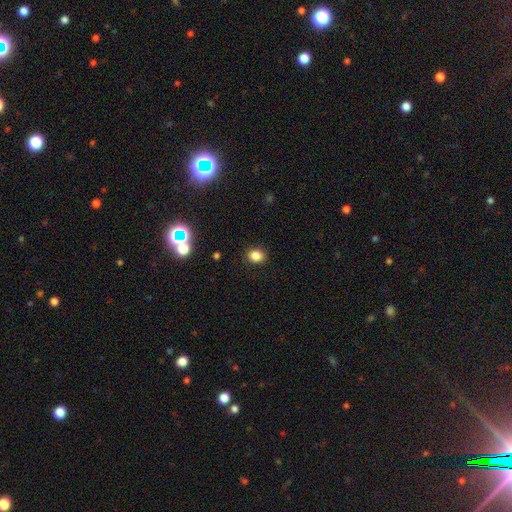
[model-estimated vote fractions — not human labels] smooth_or_featured: smooth (p=0.83) [alt: star or artifact p=0.12]
how_rounded: round (p=0.56) [alt: in between p=0.43]
merging: none (p=0.90) [alt: minor disturbance p=0.07]